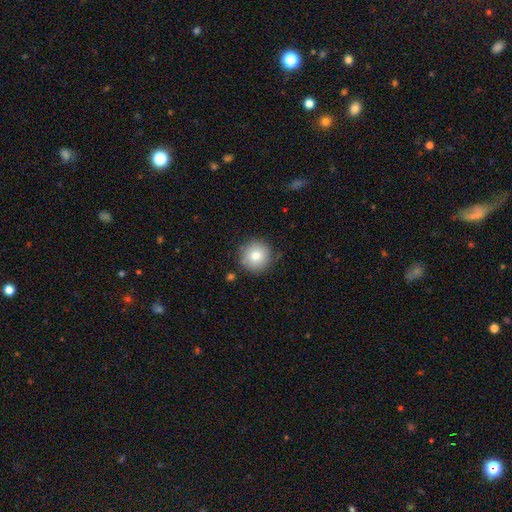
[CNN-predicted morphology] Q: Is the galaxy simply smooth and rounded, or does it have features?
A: smooth — 79%.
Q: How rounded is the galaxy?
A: round — 95%.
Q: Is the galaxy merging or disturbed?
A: none — 84%.